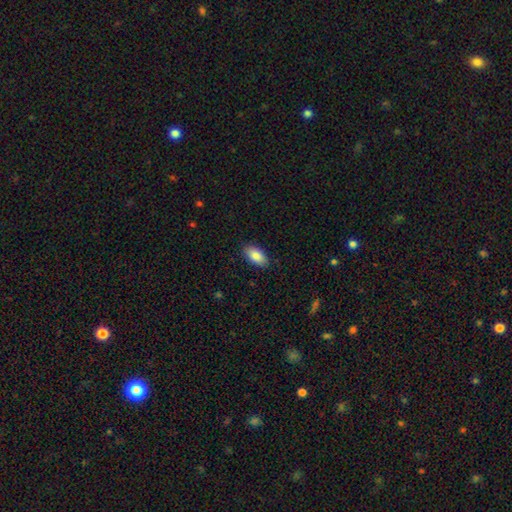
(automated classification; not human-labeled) Smooth or featured: smooth — 85% (featured or disk — 9%)
How rounded: in between — 93% (cigar-shaped — 4%)
Merging: none — 88% (minor disturbance — 9%)